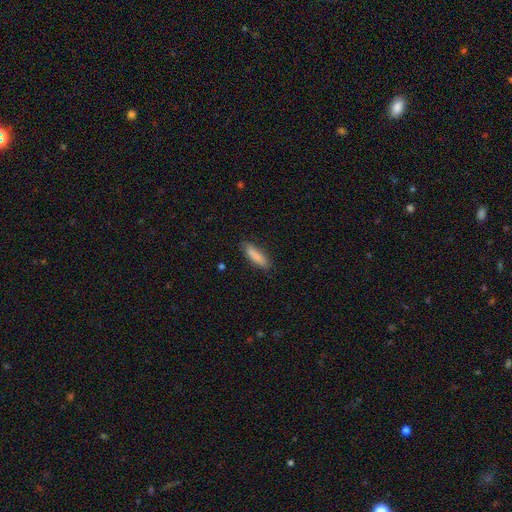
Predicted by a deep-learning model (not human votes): Smooth or featured?
  - smooth: 87% *
  - featured or disk: 7%
  - star or artifact: 6%
How rounded?
  - cigar-shaped: 67% *
  - in between: 31%
  - round: 1%
Merging?
  - none: 85% *
  - minor disturbance: 12%
  - major disturbance: 2%
  - merger: 1%